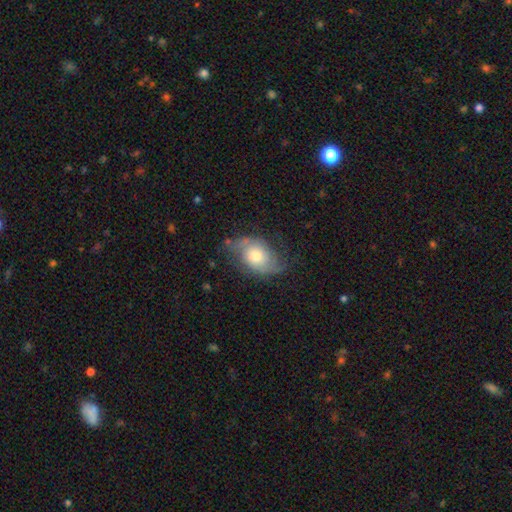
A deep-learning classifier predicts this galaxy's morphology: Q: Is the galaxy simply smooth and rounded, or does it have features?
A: featured or disk — 61%.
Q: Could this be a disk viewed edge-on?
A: no — 95%.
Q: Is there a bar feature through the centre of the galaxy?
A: no — 77%.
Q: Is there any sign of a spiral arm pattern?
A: yes — 84%.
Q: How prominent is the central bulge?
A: moderate — 59%.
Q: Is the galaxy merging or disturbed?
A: none — 61%.